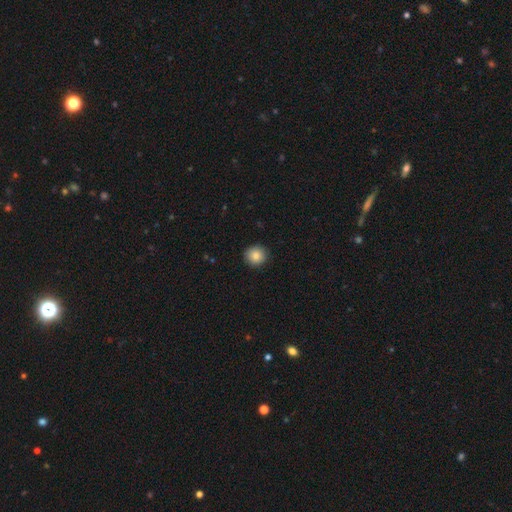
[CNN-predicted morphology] Overall: smooth (85%). How rounded: round (90%). Merging: none (90%).